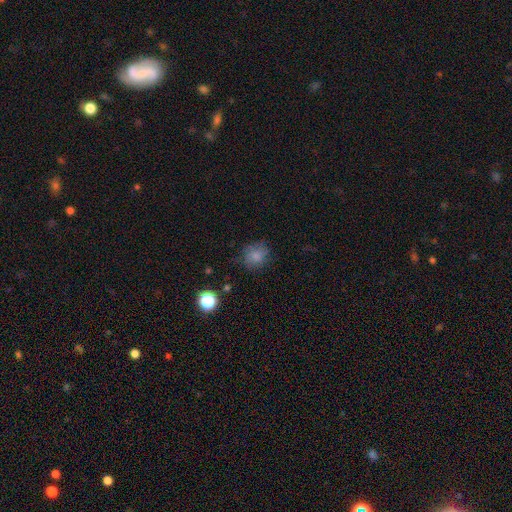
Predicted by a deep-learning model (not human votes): This appears to be a smooth galaxy with no disk features (78%) that is round (76%). Merging: none (70%).